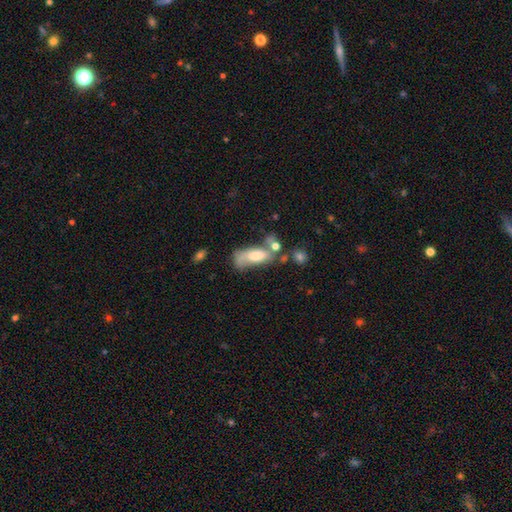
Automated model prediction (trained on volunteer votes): A smooth galaxy with no disk features (61%) that is in between round and cigar-shaped (75%).

Vote fractions:
- Smooth or featured? smooth: 61% / featured or disk: 30% / star or artifact: 9%
- How rounded? in between: 75% / cigar-shaped: 22% / round: 3%
- Merging? merger: 26% (tied) / none: 26% (tied) / major disturbance: 26% (tied) / minor disturbance: 21%